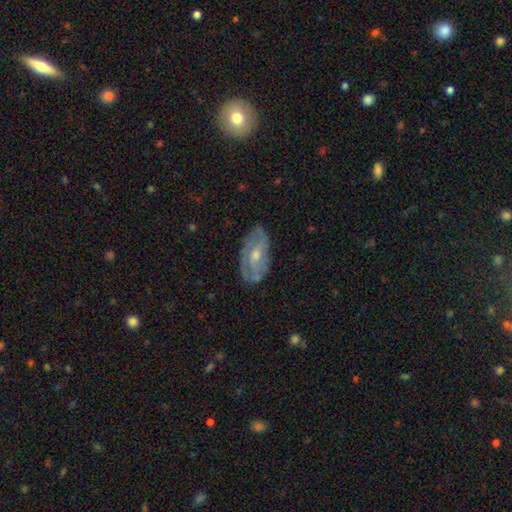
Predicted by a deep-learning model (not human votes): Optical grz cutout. It shows a featured or disk galaxy (62%) with no bar (62%), spiral arms (68%) and a moderate central bulge (58%). Merging: none (71%).